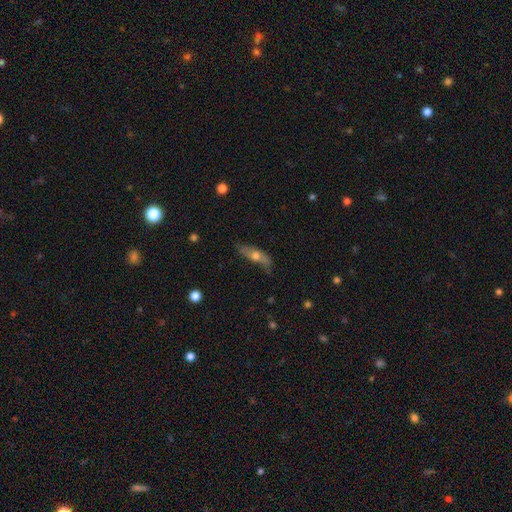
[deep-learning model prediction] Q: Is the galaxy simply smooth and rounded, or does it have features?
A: smooth — 48%.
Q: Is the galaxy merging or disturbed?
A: none — 71%.